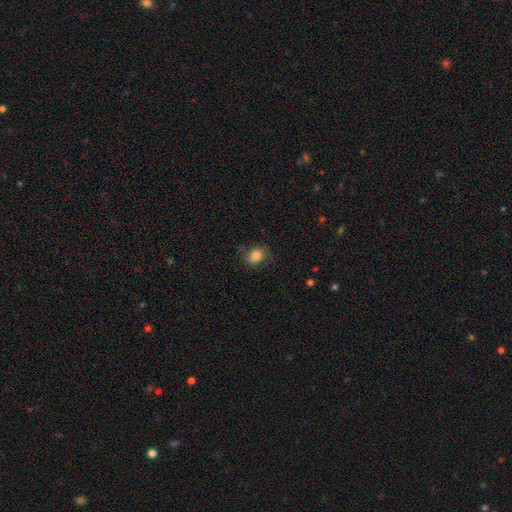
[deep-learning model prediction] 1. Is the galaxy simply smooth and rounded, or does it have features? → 83% smooth, 10% star or artifact, 8% featured or disk.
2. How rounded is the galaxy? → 51% in between, 48% round, 1% cigar-shaped.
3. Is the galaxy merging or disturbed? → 73% none, 20% minor disturbance, 5% major disturbance, 2% merger.